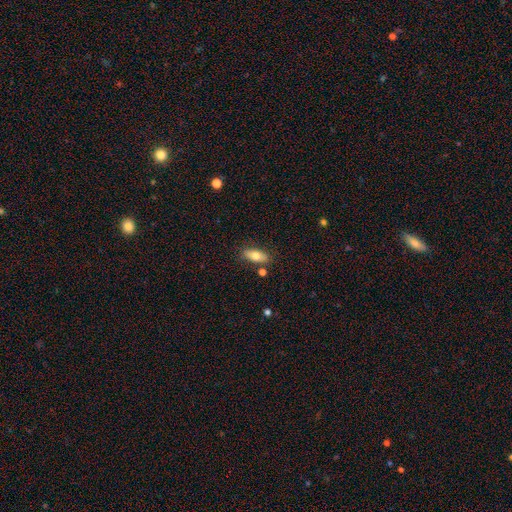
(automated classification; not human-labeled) Morphology: type=smooth (72%); roundness=in between (80%); merging=none (81%).